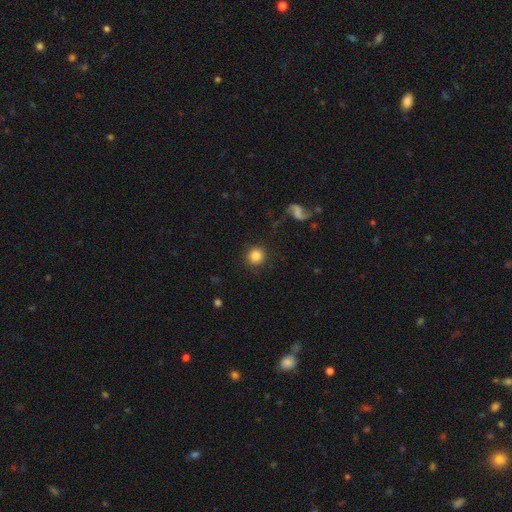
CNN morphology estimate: Smooth or featured: smooth — 83% (star or artifact — 9%)
How rounded: round — 93% (in between — 6%)
Merging: none — 88% (minor disturbance — 7%)